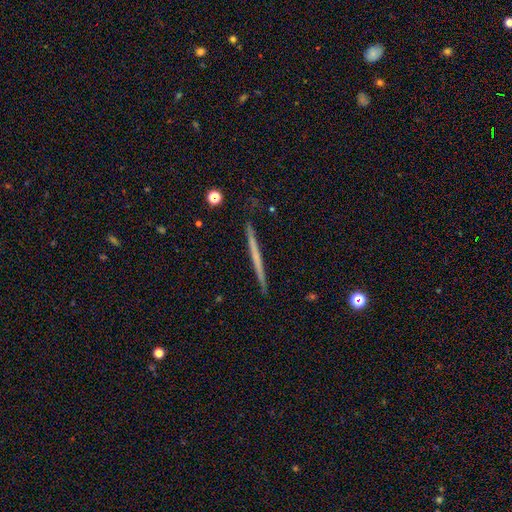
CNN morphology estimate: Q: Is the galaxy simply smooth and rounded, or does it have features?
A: featured or disk — 52%.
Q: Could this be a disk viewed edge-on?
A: yes — 98%.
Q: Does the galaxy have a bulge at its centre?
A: none — 92%.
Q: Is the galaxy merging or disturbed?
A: none — 91%.